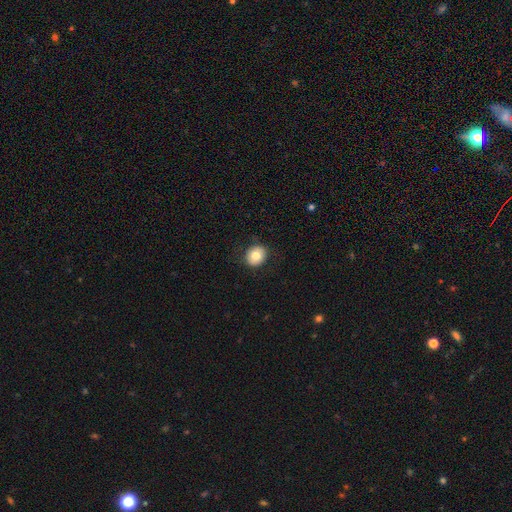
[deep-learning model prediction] Overall: smooth (79%). How rounded: round (72%). Merging: none (86%).